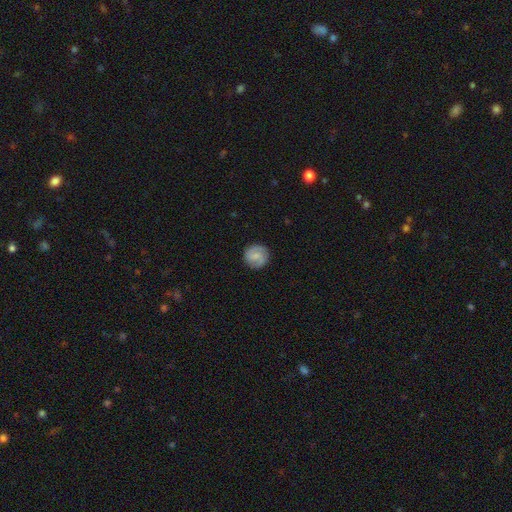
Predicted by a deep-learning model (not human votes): smooth 50%, featured or disk 43%, star or artifact 7%. Down the decision tree: how rounded — round (92%); merging — none (86%).